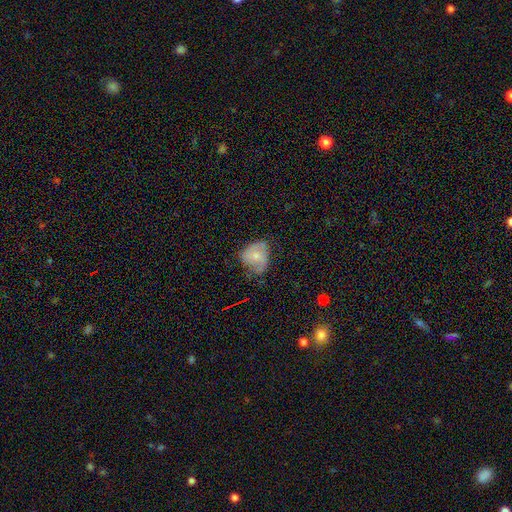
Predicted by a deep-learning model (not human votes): smooth-or-featured: smooth: 52% | featured or disk: 40% | star or artifact: 8%
  how-rounded: round: 50% | in between: 49% | cigar-shaped: 1%
  merging: none: 44% | minor disturbance: 37% | major disturbance: 16% | merger: 3%